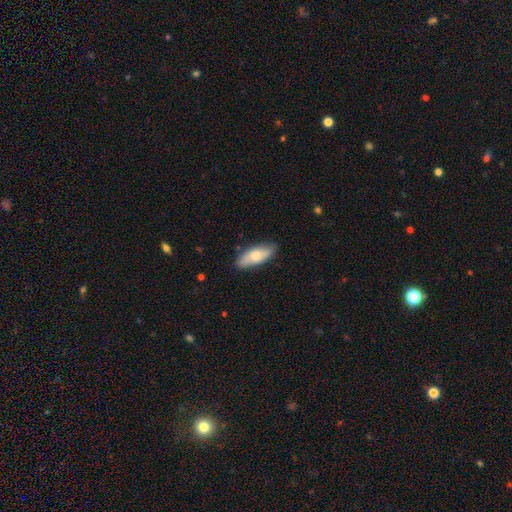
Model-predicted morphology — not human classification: This is likely a smooth galaxy (69%). How rounded: likely in between (75%). Merging: clearly none (83%).